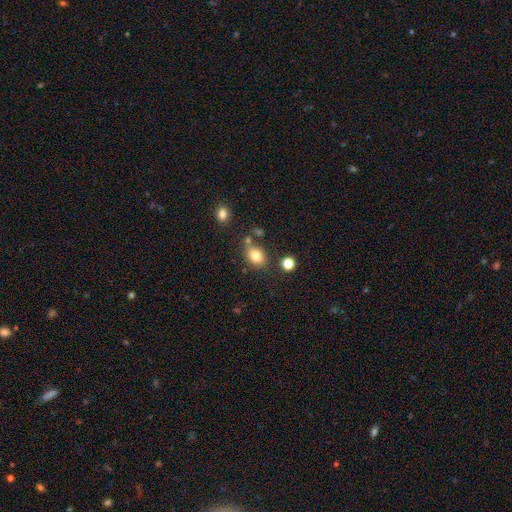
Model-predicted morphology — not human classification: Smooth or featured? Predicted: smooth (p=0.80). How rounded? Predicted: in between (p=0.60). Merging? Predicted: none (p=0.70).